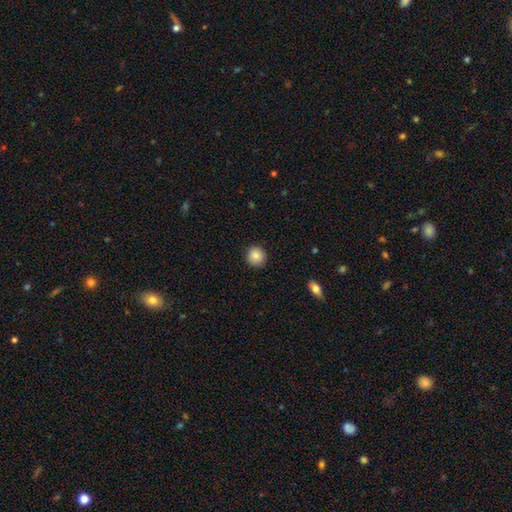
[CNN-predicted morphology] smooth-or-featured: smooth: 86% | star or artifact: 9% | featured or disk: 6%
  how-rounded: round: 93% | in between: 6% | cigar-shaped: 1%
  merging: none: 91% | minor disturbance: 6% | major disturbance: 2% | merger: 1%